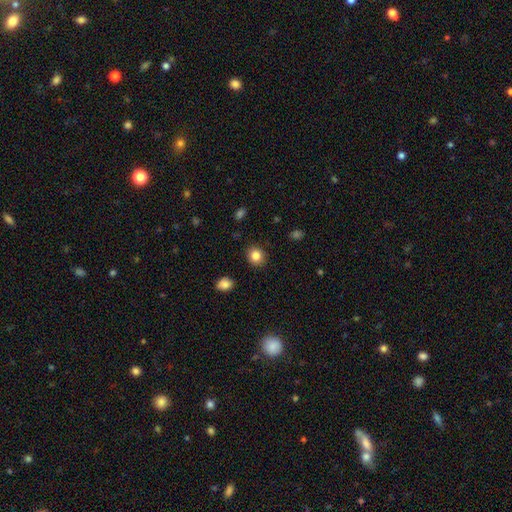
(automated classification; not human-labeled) Smooth or featured: smooth — 84% (star or artifact — 10%)
How rounded: round — 77% (in between — 22%)
Merging: none — 90% (minor disturbance — 7%)